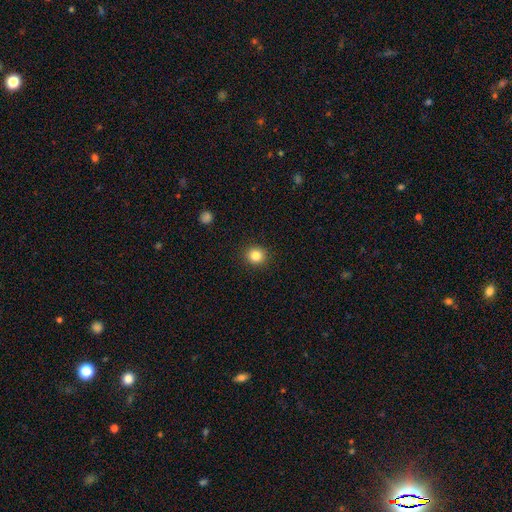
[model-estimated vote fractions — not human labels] Morphology: type=smooth (84%); roundness=round (88%); merging=none (91%).